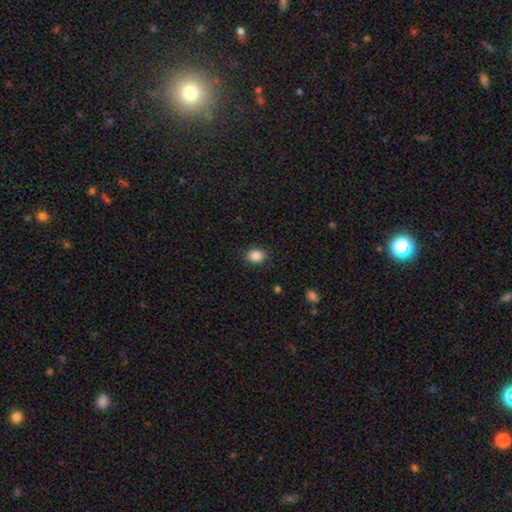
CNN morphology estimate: Smooth or featured? Predicted: smooth (p=0.87). How rounded? Predicted: in between (p=0.51). Merging? Predicted: none (p=0.88).